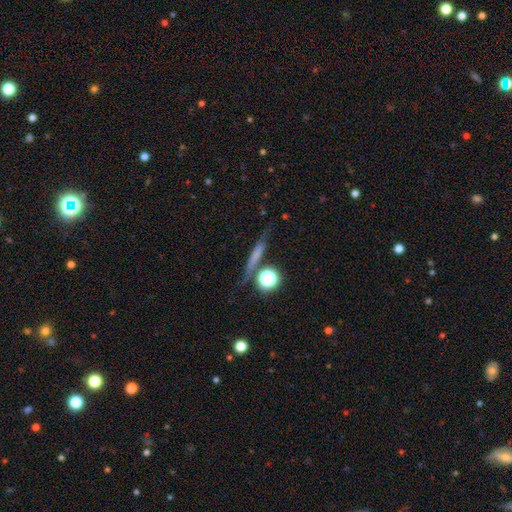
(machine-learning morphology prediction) Smooth or featured?
  - smooth: 50% *
  - featured or disk: 32%
  - star or artifact: 18%
Merging?
  - none: 74% *
  - minor disturbance: 13%
  - merger: 7%
  - major disturbance: 6%